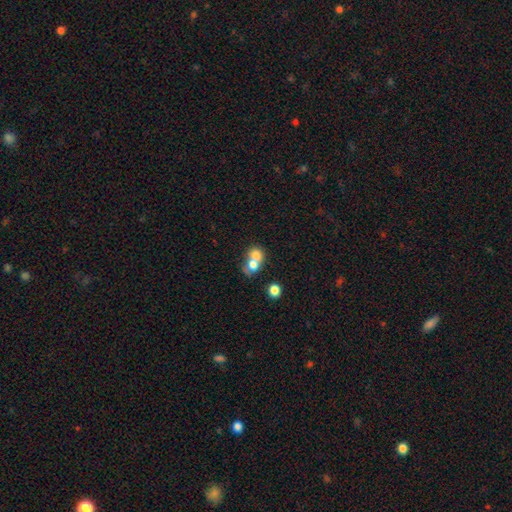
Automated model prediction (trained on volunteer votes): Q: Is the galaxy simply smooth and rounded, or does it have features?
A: smooth — 69%.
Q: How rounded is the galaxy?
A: round — 62%.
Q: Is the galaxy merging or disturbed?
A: merger — 70%.